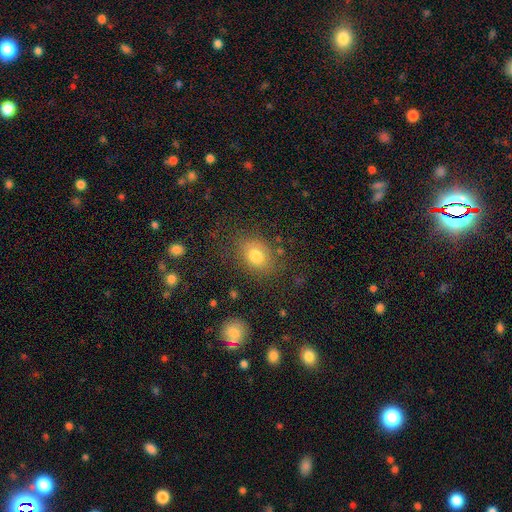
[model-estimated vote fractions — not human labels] The model was most divided on "how rounded": in between: 66%, round: 32%, cigar-shaped: 1%. More confident: smooth or featured — smooth (77%); merging — none (74%).